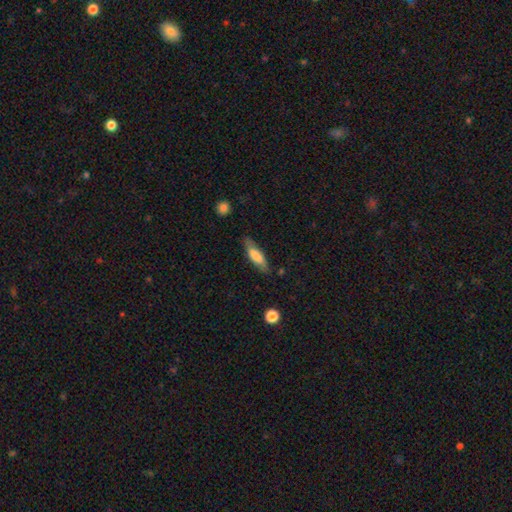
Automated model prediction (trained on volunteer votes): The model was most divided on "how rounded": cigar-shaped: 53%, in between: 45%, round: 2%. More confident: merging — none (77%); smooth or featured — smooth (69%).